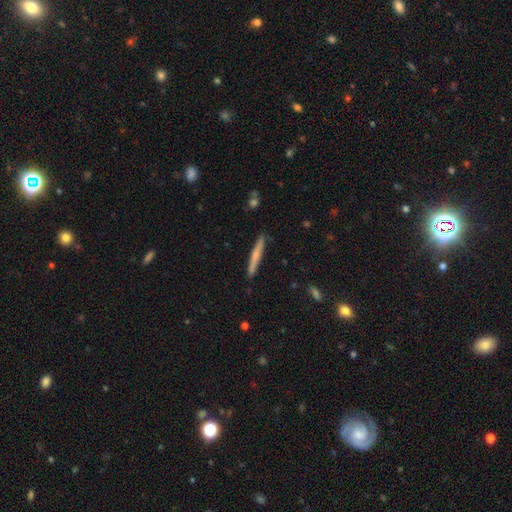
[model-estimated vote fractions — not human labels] Morphology: type=smooth (55%); roundness=cigar-shaped (96%); merging=none (89%).